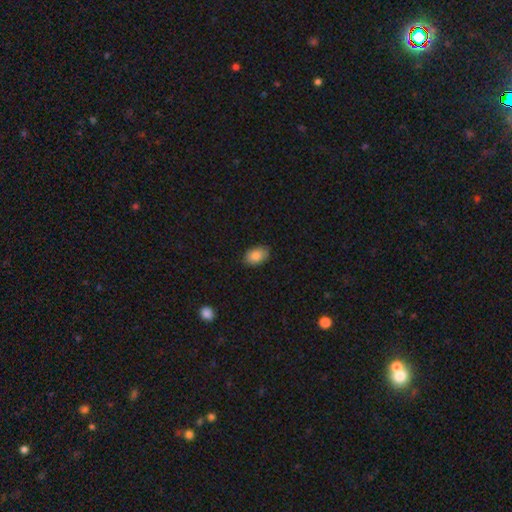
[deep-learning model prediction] smooth 84%, featured or disk 9%, star or artifact 7%. Down the decision tree: how rounded — in between (89%); merging — none (87%).